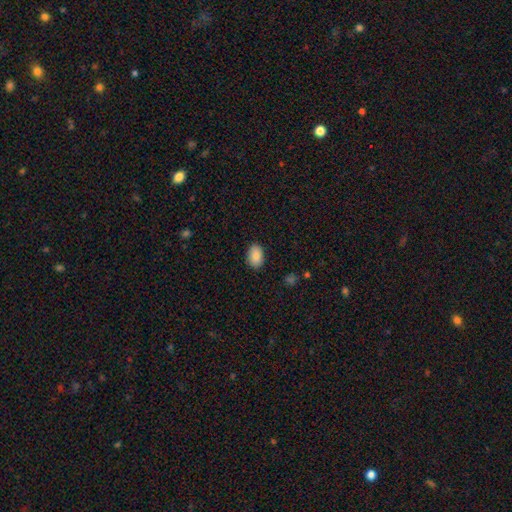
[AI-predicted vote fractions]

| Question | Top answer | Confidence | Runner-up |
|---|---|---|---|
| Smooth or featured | smooth | 87% | star or artifact (7%) |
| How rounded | in between | 86% | round (13%) |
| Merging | none | 88% | minor disturbance (9%) |